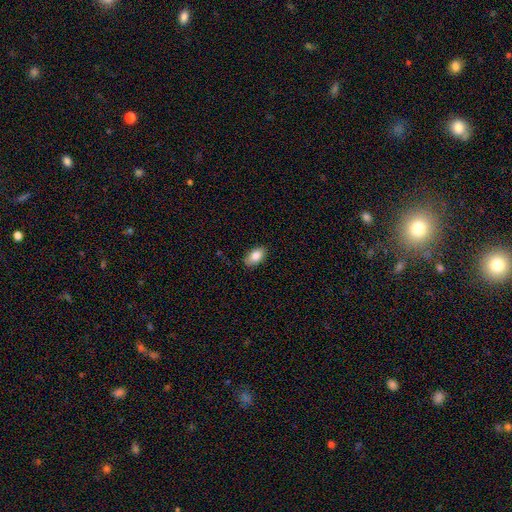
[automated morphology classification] Overall: smooth (84%). How rounded: in between (92%). Merging: none (83%).